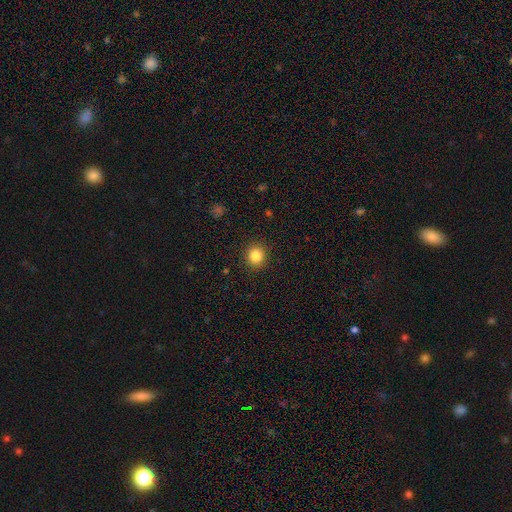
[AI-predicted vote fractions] Smooth or featured?
  - smooth: 84% *
  - star or artifact: 11%
  - featured or disk: 5%
How rounded?
  - round: 89% *
  - in between: 10%
  - cigar-shaped: 1%
Merging?
  - none: 91% *
  - minor disturbance: 6%
  - major disturbance: 2%
  - merger: 1%